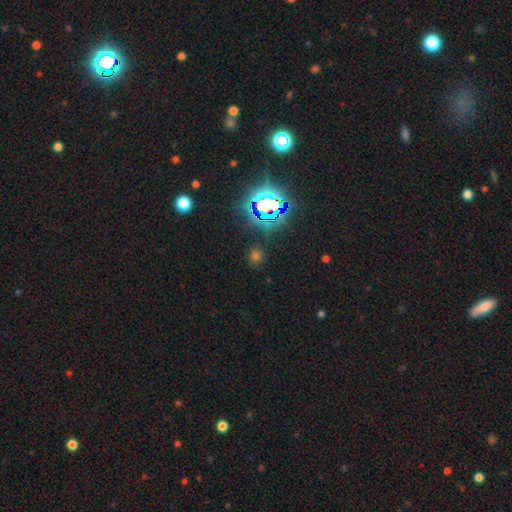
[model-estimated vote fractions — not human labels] Smooth or featured? Predicted: star or artifact (p=0.51).